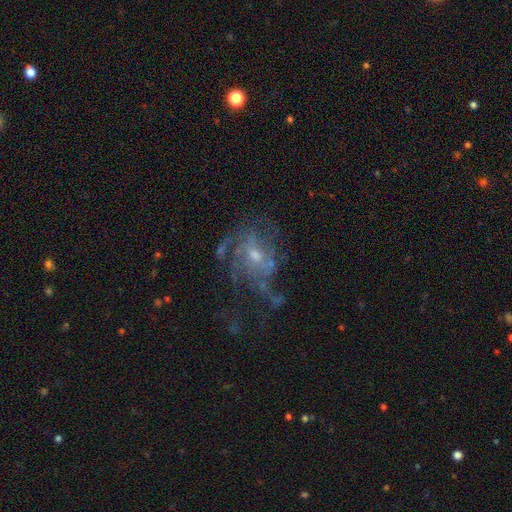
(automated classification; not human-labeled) Smooth or featured?
  - featured or disk: 77% *
  - smooth: 12%
  - star or artifact: 11%
Edge-on disk?
  - no: 97% *
  - yes: 3%
Bar?
  - no: 63% *
  - weak: 32%
  - strong: 5%
Spiral arms?
  - yes: 76% *
  - no: 24%
Spiral winding?
  - medium: 40% *
  - loose: 31%
  - tight: 29%
Spiral arm count?
  - can't tell: 43% *
  - 3: 16%
  - 4: 15%
  - 2: 13%
  - more than 4: 7%
  - 1: 6%
Bulge size?
  - moderate: 48% *
  - small: 43%
  - none: 4%
  - large: 3%
  - dominant: 1%
Merging?
  - none: 46% *
  - major disturbance: 31%
  - minor disturbance: 19%
  - merger: 4%